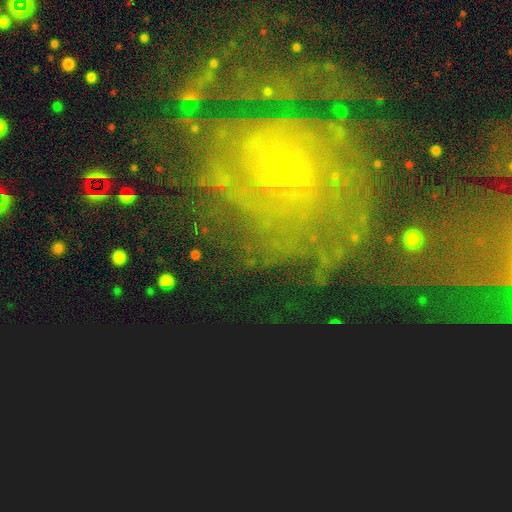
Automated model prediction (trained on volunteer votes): smooth-or-featured: featured or disk: 75% | star or artifact: 14% | smooth: 10%
  disk-edge-on: no: 97% | yes: 3%
    bar: no: 66% | weak: 23% | strong: 11%
    has-spiral-arms: yes: 91% | no: 9%
      spiral-winding: tight: 69% | medium: 23% | loose: 9%
      spiral-arm-count: can't tell: 31% | 2: 21% | 3: 14% | 4: 12% | more than 4: 12% | 1: 11%
    bulge-size: small: 83% | moderate: 10% | none: 3% | large: 2% | dominant: 2%
  merging: none: 64% | minor disturbance: 16% | major disturbance: 14% | merger: 6%